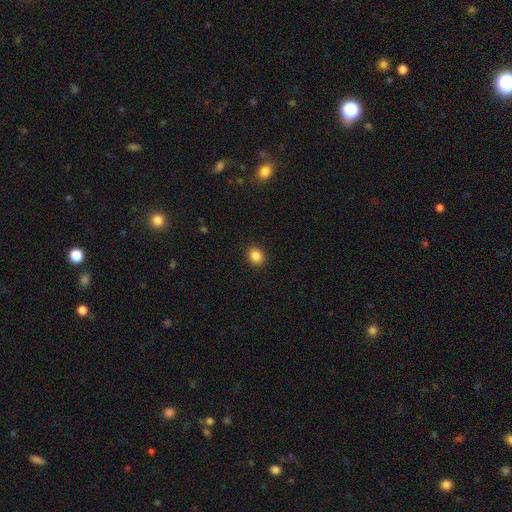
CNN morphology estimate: Smooth or featured? smooth (86%)
How rounded? round (72%)
Merging? none (91%)